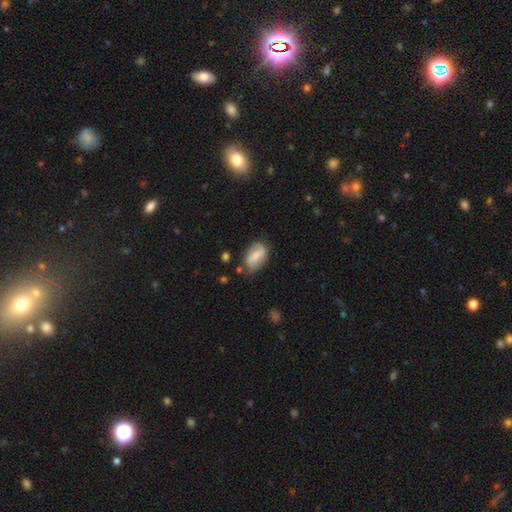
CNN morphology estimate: smooth-or-featured: smooth: 54% | featured or disk: 39% | star or artifact: 7%
  how-rounded: in between: 89% | round: 8% | cigar-shaped: 3%
  merging: none: 66% | minor disturbance: 25% | major disturbance: 6% | merger: 3%